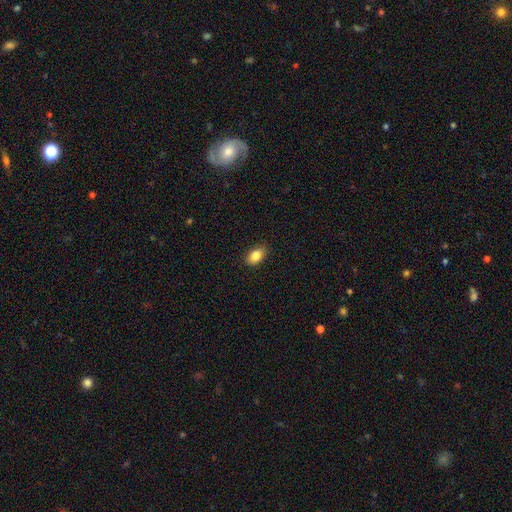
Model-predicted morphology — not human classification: This appears to be a smooth galaxy with no disk features (85%) that is in between round and cigar-shaped (88%). Merging: none (86%).